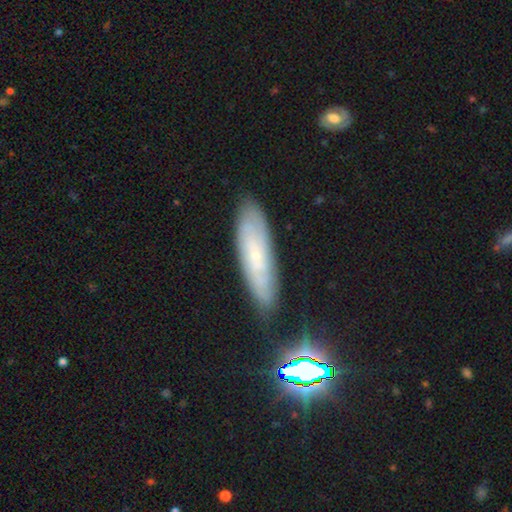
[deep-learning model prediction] smooth-or-featured: featured or disk: 53% | smooth: 37% | star or artifact: 11%
  disk-edge-on: no: 67% | yes: 33%
  merging: none: 81% | minor disturbance: 14% | major disturbance: 3% | merger: 2%